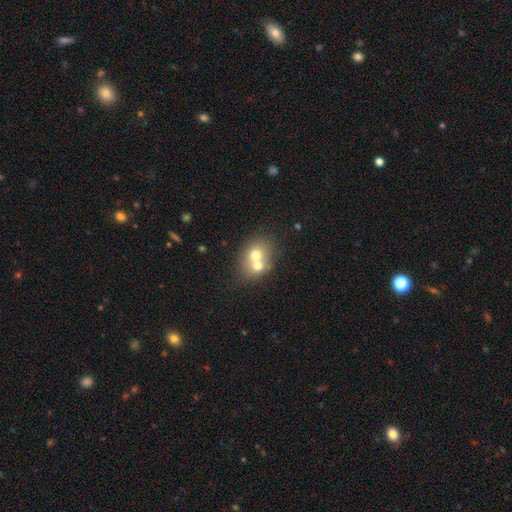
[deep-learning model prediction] Smooth or featured?
  - smooth: 64% *
  - featured or disk: 26%
  - star or artifact: 10%
How rounded?
  - round: 59% *
  - in between: 40%
  - cigar-shaped: 1%
Merging?
  - merger: 63% *
  - none: 28%
  - minor disturbance: 6%
  - major disturbance: 3%